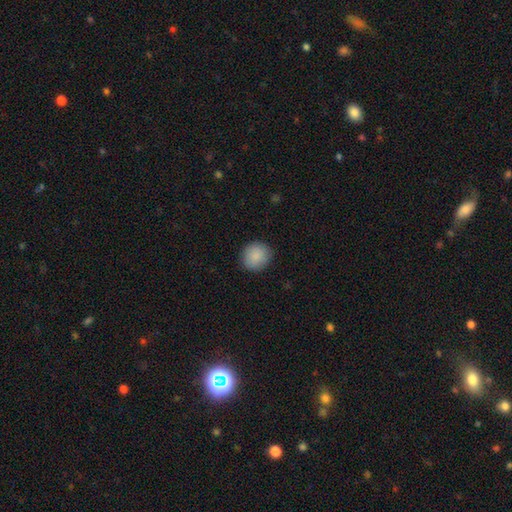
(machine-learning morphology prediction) The model was most divided on "how rounded": round: 84%, in between: 15%, cigar-shaped: 1%. More confident: smooth or featured — smooth (89%); merging — none (89%).